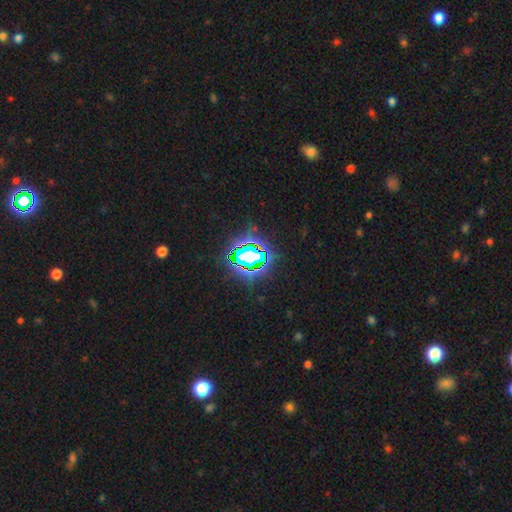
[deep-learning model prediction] smooth_or_featured: star or artifact (p=0.76) [alt: smooth p=0.13]